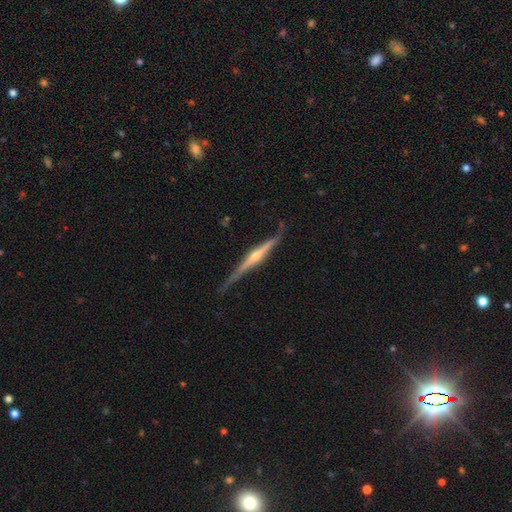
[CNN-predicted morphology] Q: Smooth or featured?
A: featured or disk (84%); runner-up: smooth (11%)
Q: Edge-on disk?
A: yes (97%); runner-up: no (3%)
Q: Edge-on bulge?
A: rounded (87%); runner-up: none (8%)
Q: Merging?
A: none (76%); runner-up: minor disturbance (18%)